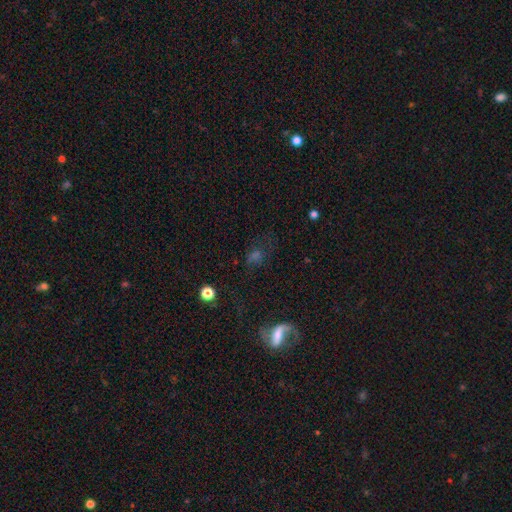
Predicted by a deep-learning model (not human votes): smooth 38%, featured or disk 35%, star or artifact 27%. Down the decision tree: merging — none (57%).